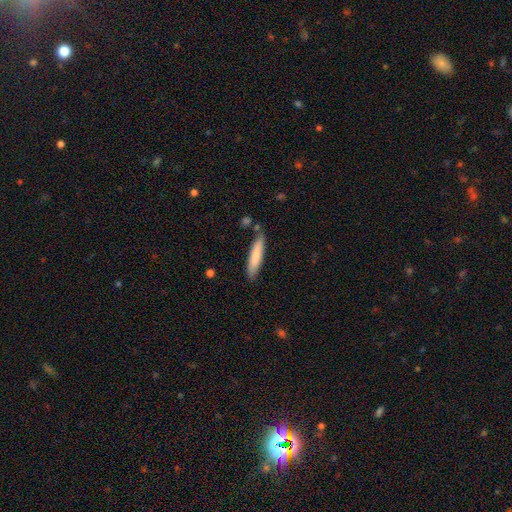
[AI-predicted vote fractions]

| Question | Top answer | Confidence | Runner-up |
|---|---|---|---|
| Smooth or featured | smooth | 79% | featured or disk (15%) |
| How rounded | cigar-shaped | 87% | in between (12%) |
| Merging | none | 84% | minor disturbance (11%) |